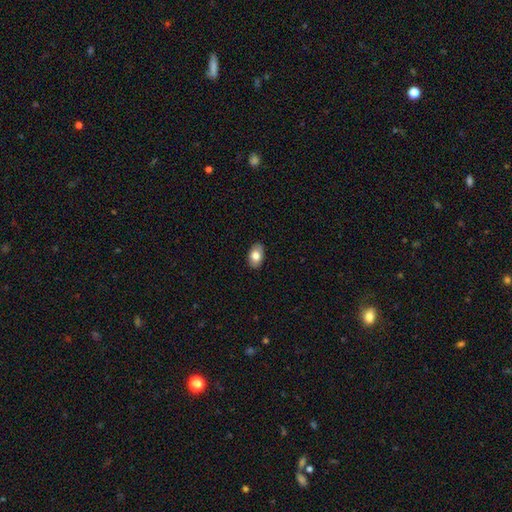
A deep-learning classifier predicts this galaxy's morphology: A smooth galaxy with no disk features (77%) that is in between round and cigar-shaped (90%). Merging: none (87%).